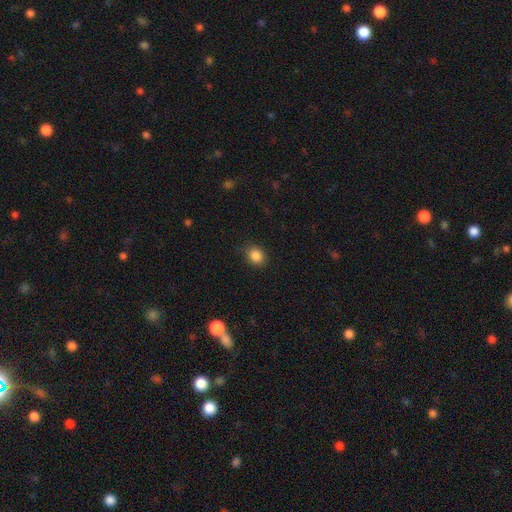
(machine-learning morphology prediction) The model was most divided on "how rounded": round: 61%, in between: 38%, cigar-shaped: 1%. More confident: smooth or featured — smooth (86%); merging — none (85%).